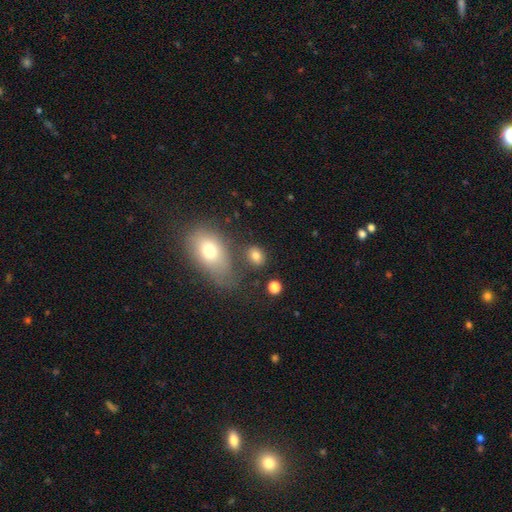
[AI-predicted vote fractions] Smooth or featured?
  - smooth: 79% *
  - star or artifact: 11%
  - featured or disk: 10%
How rounded?
  - in between: 54% *
  - round: 44%
  - cigar-shaped: 2%
Merging?
  - none: 70% *
  - minor disturbance: 13%
  - merger: 12%
  - major disturbance: 6%